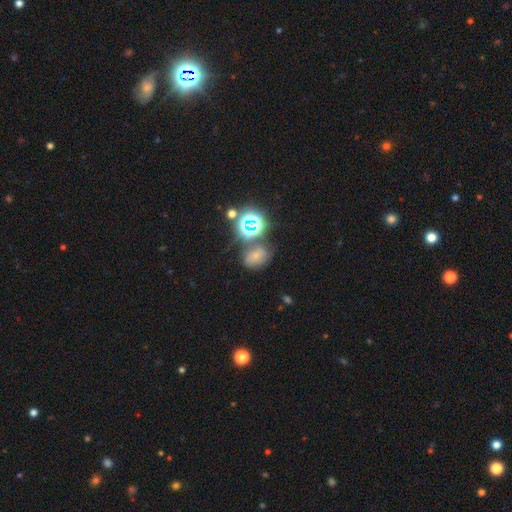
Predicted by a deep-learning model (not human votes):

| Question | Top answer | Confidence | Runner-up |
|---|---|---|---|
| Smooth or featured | smooth | 45% | star or artifact (34%) |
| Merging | none | 56% | minor disturbance (20%) |